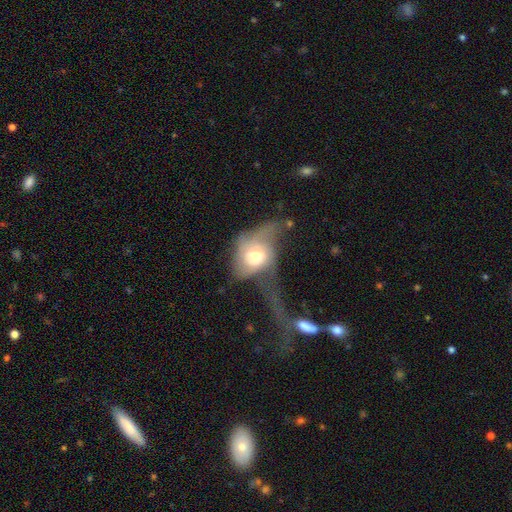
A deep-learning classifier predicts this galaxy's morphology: smooth-or-featured: smooth: 51% | featured or disk: 41% | star or artifact: 8%
  how-rounded: in between: 65% | round: 33% | cigar-shaped: 2%
  merging: major disturbance: 64% | minor disturbance: 13% | none: 12% | merger: 11%